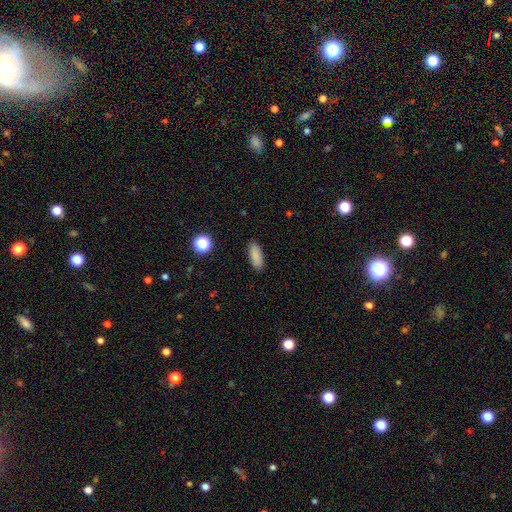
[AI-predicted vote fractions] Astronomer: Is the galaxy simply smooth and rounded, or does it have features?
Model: smooth — 86%.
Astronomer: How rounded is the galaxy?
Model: in between — 68%.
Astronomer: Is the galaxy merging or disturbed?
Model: none — 89%.